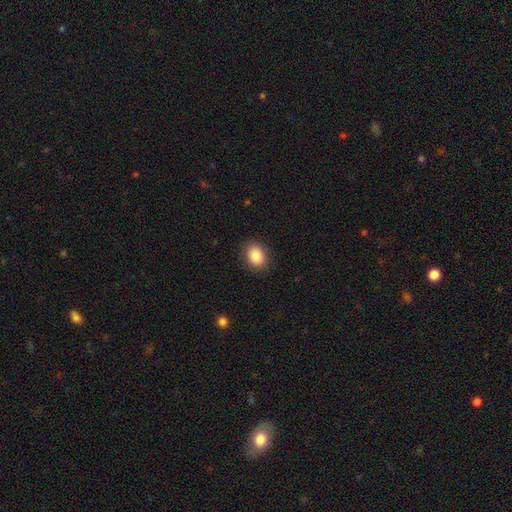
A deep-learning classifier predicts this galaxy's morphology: Smooth or featured?
  - smooth: 87% *
  - star or artifact: 8%
  - featured or disk: 5%
How rounded?
  - in between: 69% *
  - round: 30%
  - cigar-shaped: 1%
Merging?
  - none: 88% *
  - minor disturbance: 9%
  - major disturbance: 3%
  - merger: 1%